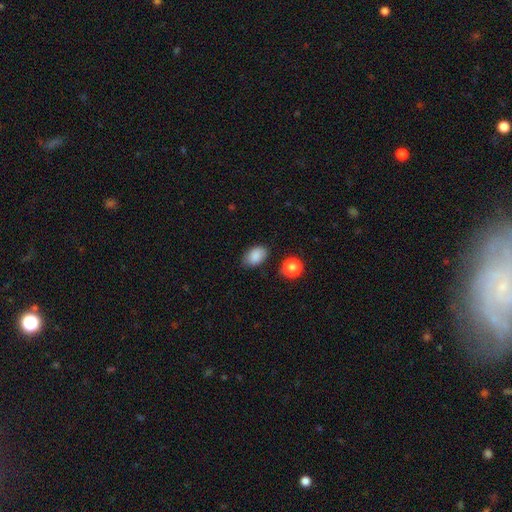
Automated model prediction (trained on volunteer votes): This is clearly a smooth galaxy (87%). How rounded: clearly in between (87%). Merging: clearly none (80%).